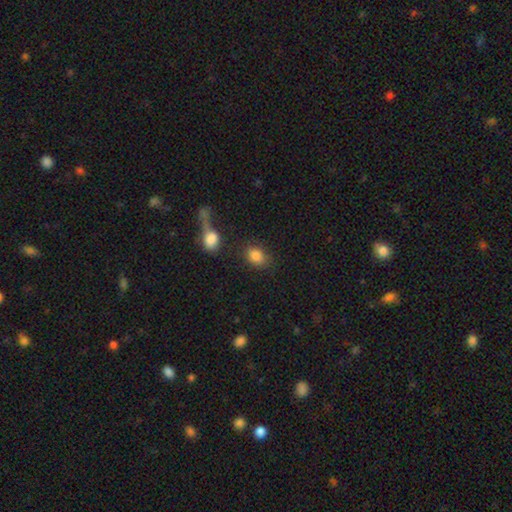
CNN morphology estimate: Smooth or featured?
  - smooth: 85% *
  - star or artifact: 9%
  - featured or disk: 6%
How rounded?
  - in between: 67% *
  - round: 31%
  - cigar-shaped: 2%
Merging?
  - none: 68% *
  - minor disturbance: 13%
  - merger: 12%
  - major disturbance: 7%